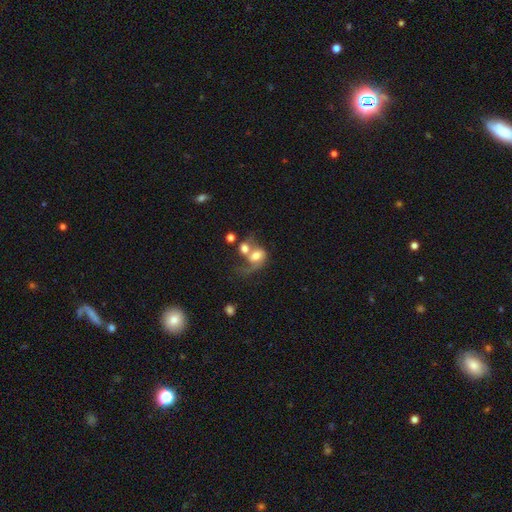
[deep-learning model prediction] Smooth or featured? Predicted: smooth (p=0.51). How rounded? Predicted: in between (p=0.56). Merging? Predicted: merger (p=0.62).